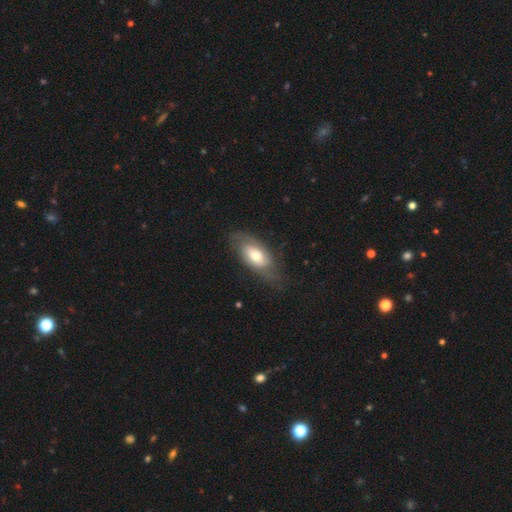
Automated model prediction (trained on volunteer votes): smooth 52%, featured or disk 42%, star or artifact 7%. Down the decision tree: how rounded — in between (88%); merging — none (64%).